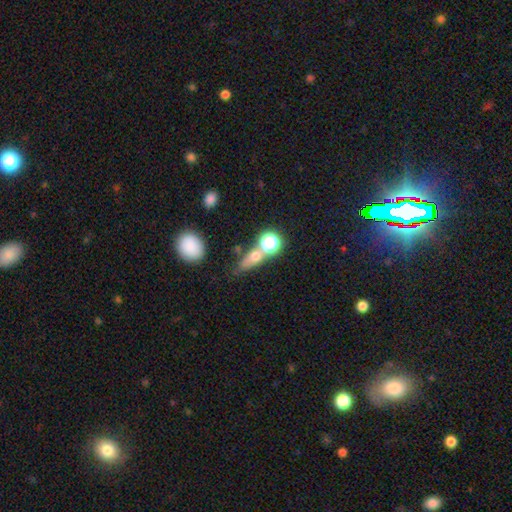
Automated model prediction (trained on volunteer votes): Smooth or featured: smooth — 60% (star or artifact — 22%)
How rounded: round — 42% (in between — 37%)
Merging: none — 47% (merger — 30%)